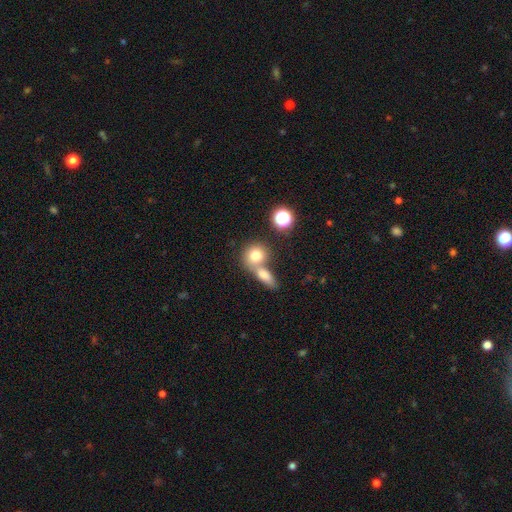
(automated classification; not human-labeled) Smooth or featured?
  - smooth: 76% *
  - featured or disk: 13%
  - star or artifact: 11%
How rounded?
  - round: 77% *
  - in between: 21%
  - cigar-shaped: 2%
Merging?
  - merger: 45% *
  - none: 43%
  - minor disturbance: 8%
  - major disturbance: 4%